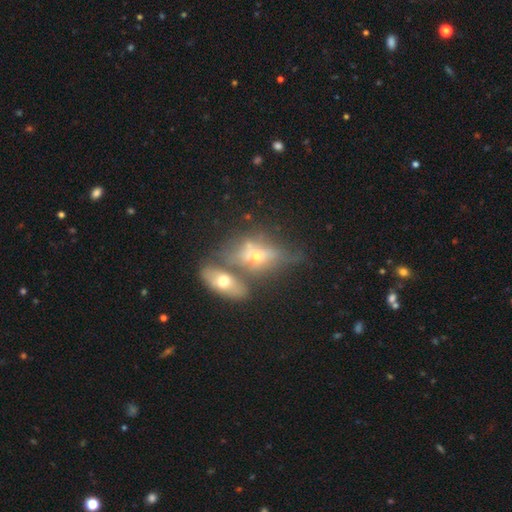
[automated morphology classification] This appears to be a featured or disk galaxy (51%) viewed edge-on (53%). Merging: merger (45%).